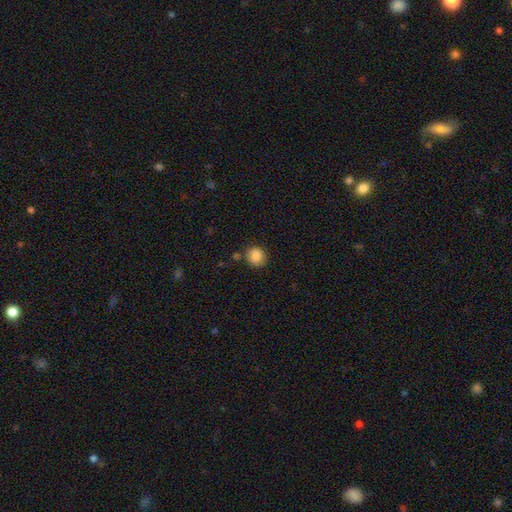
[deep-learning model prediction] The model was most divided on "merging": none: 75%, minor disturbance: 16%, merger: 6%, major disturbance: 4%. More confident: smooth or featured — smooth (86%); how rounded — round (80%).